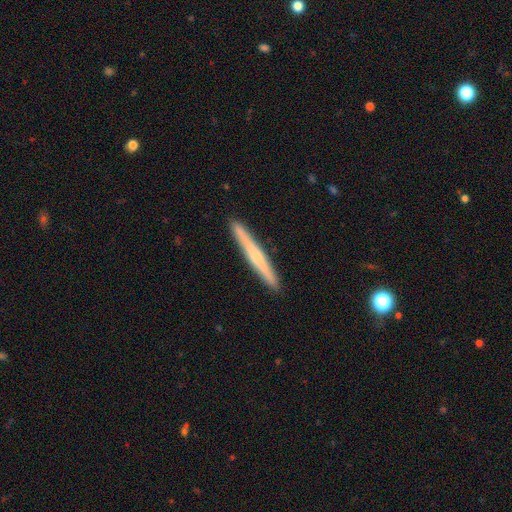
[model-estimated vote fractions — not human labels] The model was most divided on "smooth or featured": featured or disk: 53%, smooth: 41%, star or artifact: 6%. More confident: edge-on disk — yes (97%); merging — none (92%); edge-on bulge — rounded (56%).